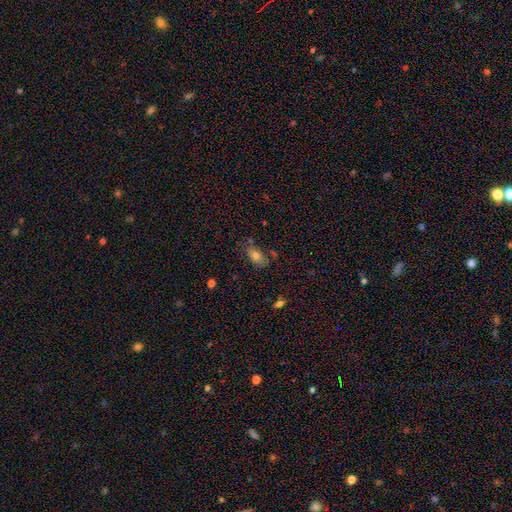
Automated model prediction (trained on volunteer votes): Morphology: type=smooth (74%); roundness=in between (87%); merging=none (67%).